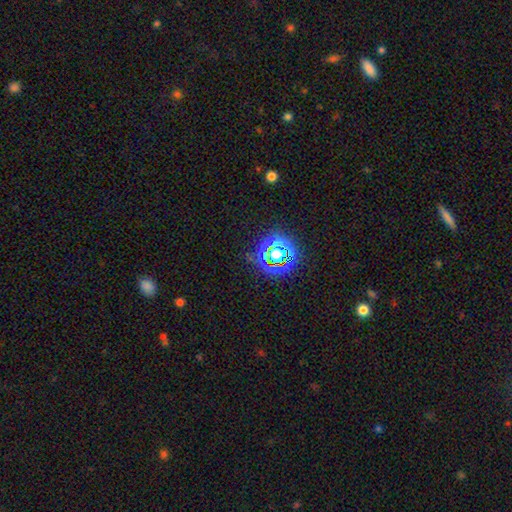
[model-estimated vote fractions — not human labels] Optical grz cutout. It shows a star or artifact, not a galaxy (76%).